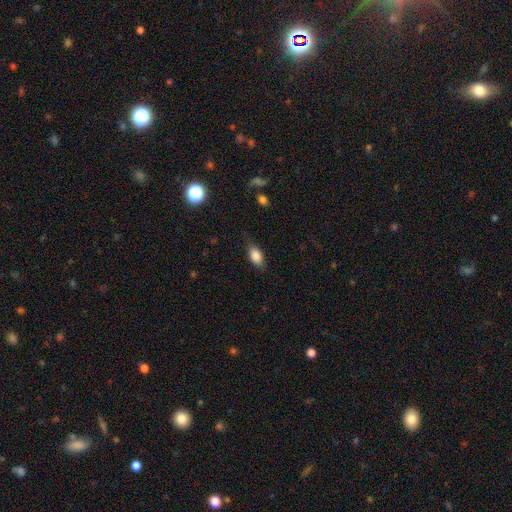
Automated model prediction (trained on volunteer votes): Q: Smooth or featured?
A: smooth (84%); runner-up: featured or disk (8%)
Q: How rounded?
A: in between (88%); runner-up: cigar-shaped (6%)
Q: Merging?
A: none (75%); runner-up: minor disturbance (19%)